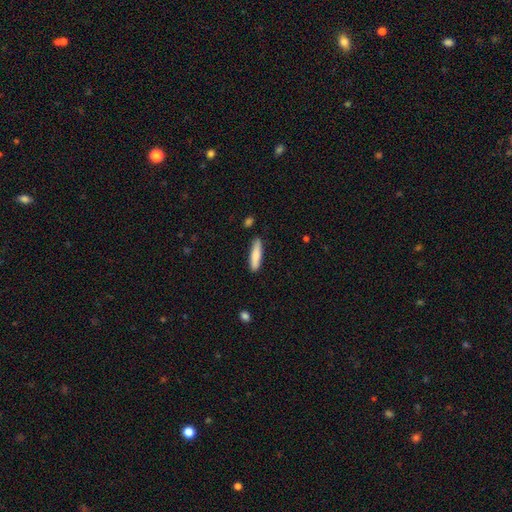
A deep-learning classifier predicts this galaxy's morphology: A smooth galaxy with no disk features (82%) that is cigar-shaped (79%).

Vote fractions:
- Smooth or featured? smooth: 82% / featured or disk: 13% / star or artifact: 5%
- How rounded? cigar-shaped: 79% / in between: 19% / round: 1%
- Merging? none: 86% / minor disturbance: 10% / major disturbance: 2% / merger: 2%